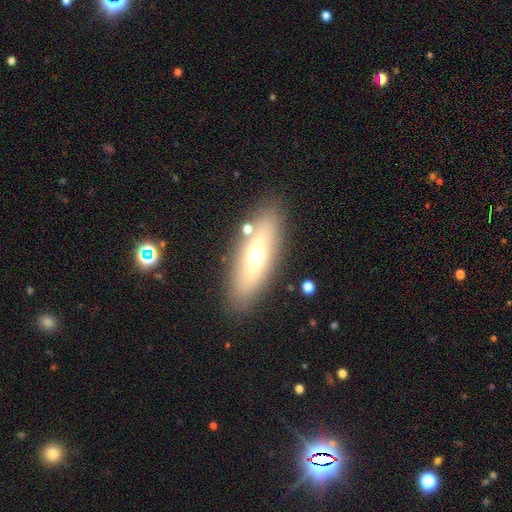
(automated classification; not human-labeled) This is possibly a smooth galaxy (53%). How rounded: possibly in between (60%). Merging: clearly none (83%).